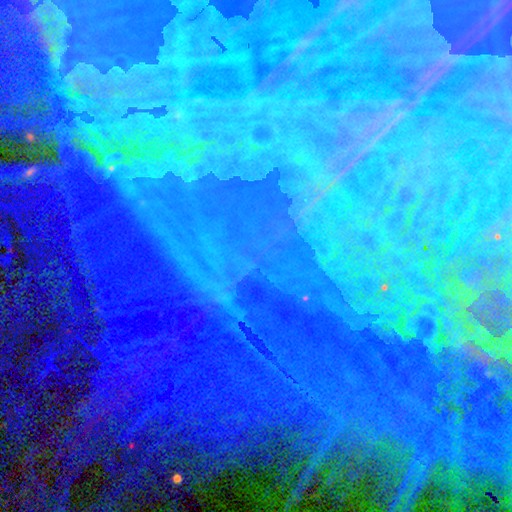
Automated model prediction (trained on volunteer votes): A star or artifact, not a galaxy (84%).

Vote fractions:
- Smooth or featured? star or artifact: 84% / featured or disk: 9% / smooth: 7%